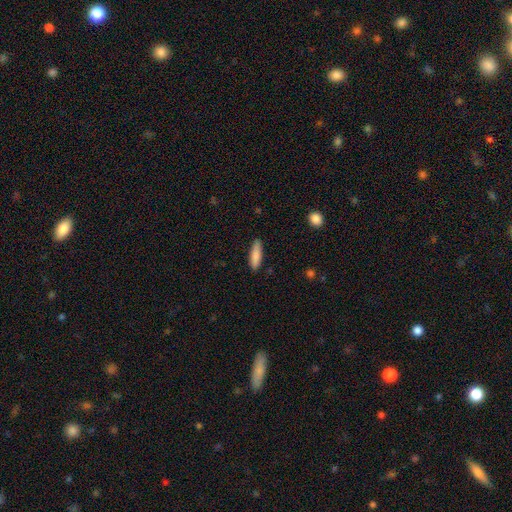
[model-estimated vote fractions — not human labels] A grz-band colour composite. It shows a smooth galaxy with no disk features (86%) that is cigar-shaped (64%). Merging: none (86%).